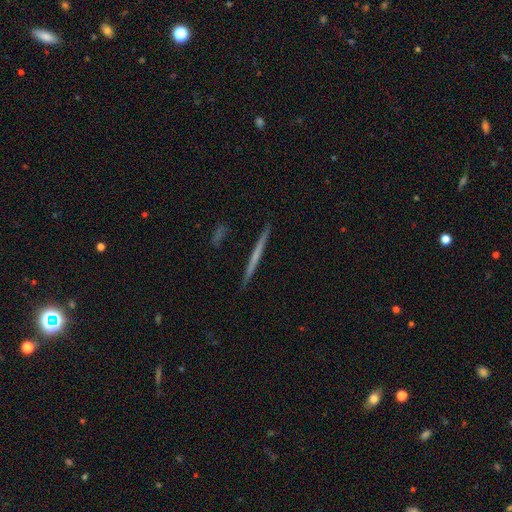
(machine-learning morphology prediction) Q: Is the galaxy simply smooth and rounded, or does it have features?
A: featured or disk — 54%.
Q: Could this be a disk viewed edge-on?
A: yes — 98%.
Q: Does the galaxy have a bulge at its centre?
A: none — 88%.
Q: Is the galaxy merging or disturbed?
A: none — 92%.